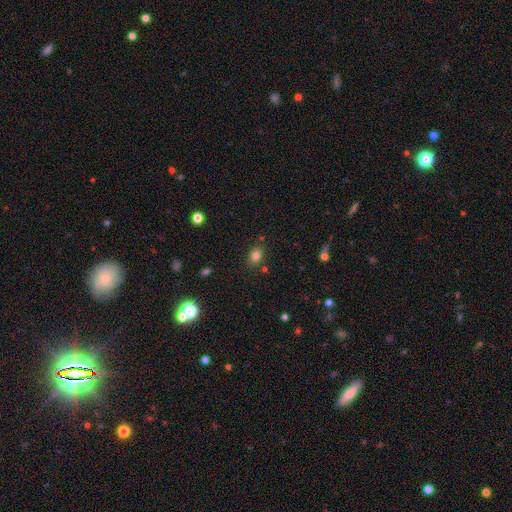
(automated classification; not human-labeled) Morphology: type=smooth (79%); roundness=in between (59%); merging=none (81%).